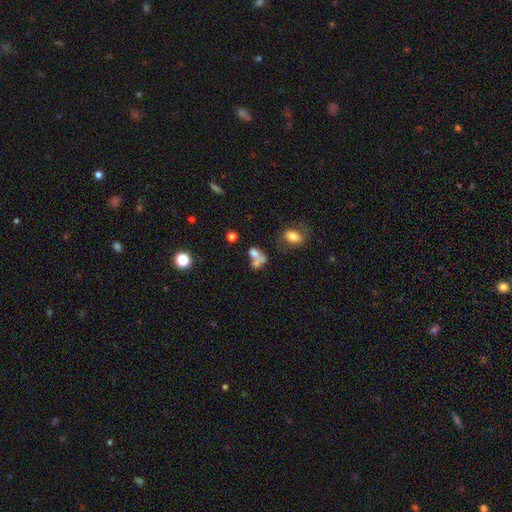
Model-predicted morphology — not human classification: Smooth or featured? Predicted: smooth (p=0.63). How rounded? Predicted: in between (p=0.59). Merging? Predicted: merger (p=0.56).